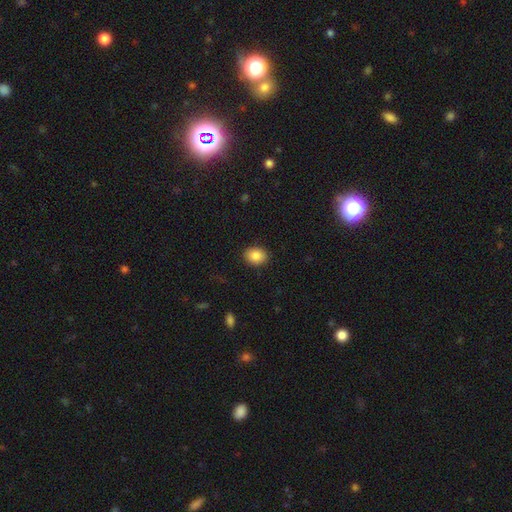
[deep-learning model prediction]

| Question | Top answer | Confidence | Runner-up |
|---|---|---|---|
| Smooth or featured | smooth | 87% | star or artifact (8%) |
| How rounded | in between | 61% | round (38%) |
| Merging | none | 90% | minor disturbance (7%) |